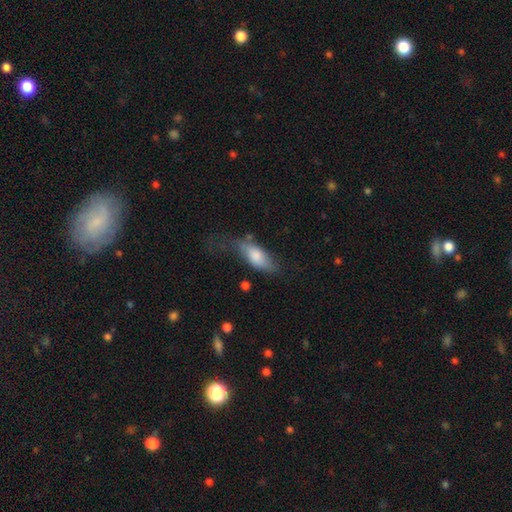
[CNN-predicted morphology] Smooth or featured? Predicted: smooth (p=0.75). How rounded? Predicted: in between (p=0.79). Merging? Predicted: none (p=0.39).